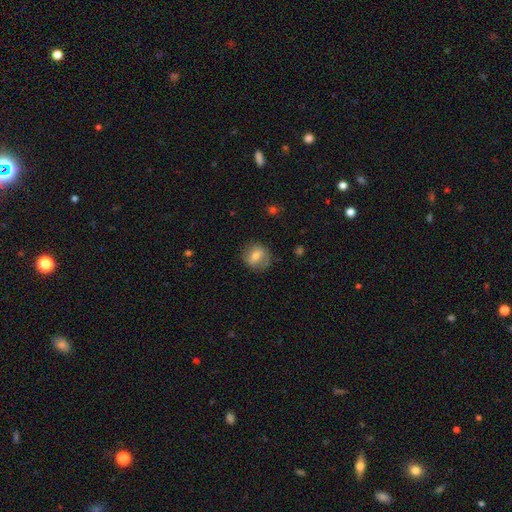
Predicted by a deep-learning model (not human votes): A smooth galaxy with no disk features (69%) that is round (81%).

Vote fractions:
- Smooth or featured? smooth: 69% / featured or disk: 22% / star or artifact: 9%
- How rounded? round: 81% / in between: 18% / cigar-shaped: 1%
- Merging? none: 80% / minor disturbance: 15% / major disturbance: 5% / merger: 1%